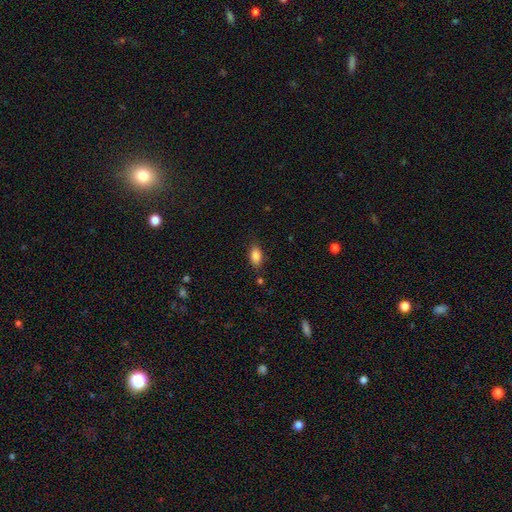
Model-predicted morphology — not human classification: This appears to be a smooth galaxy with no disk features (86%) that is in between round and cigar-shaped (89%). Merging: none (81%).